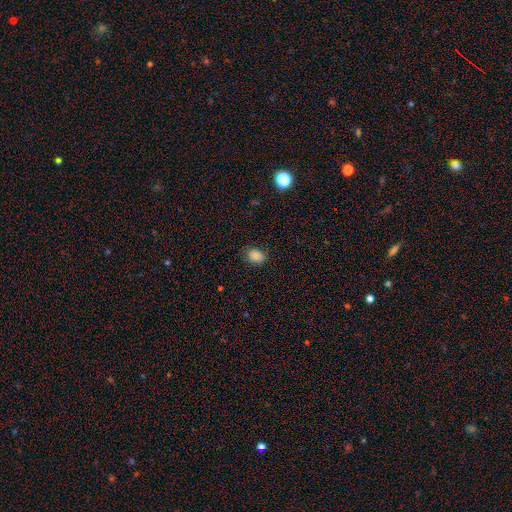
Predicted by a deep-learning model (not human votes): smooth 86%, star or artifact 10%, featured or disk 4%. Down the decision tree: how rounded — in between (64%); merging — none (79%).